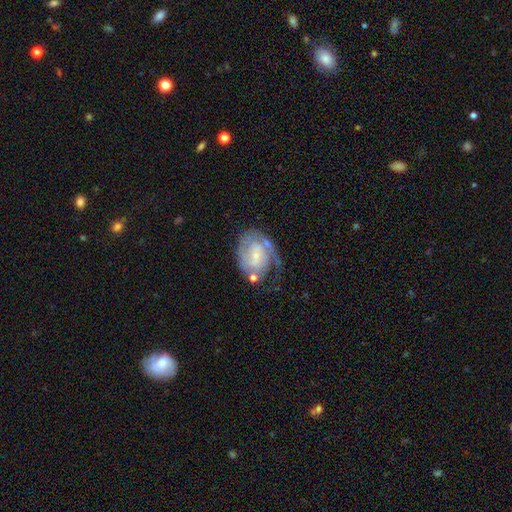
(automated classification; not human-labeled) smooth_or_featured: featured or disk (p=0.76) [alt: smooth p=0.18]
disk_edge_on: no (p=0.97) [alt: yes p=0.03]
bar: no (p=0.54) [alt: weak p=0.38]
has_spiral_arms: yes (p=0.88) [alt: no p=0.12]
spiral_winding: tight (p=0.53) [alt: medium p=0.34]
spiral_arm_count: 2 (p=0.40) [alt: can't tell p=0.30]
bulge_size: small (p=0.70) [alt: moderate p=0.19]
merging: none (p=0.46) [alt: minor disturbance p=0.25]